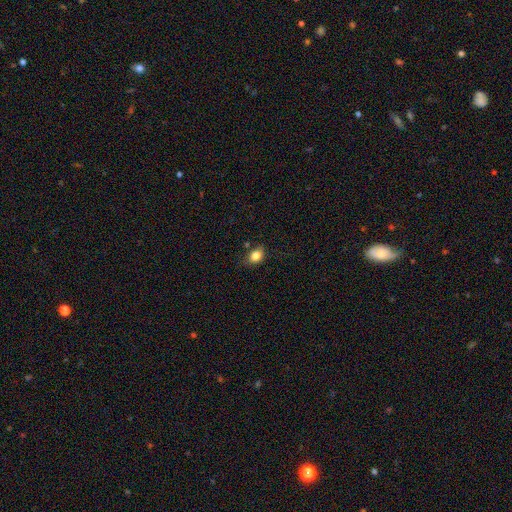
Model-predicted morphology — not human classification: type=smooth (83%); roundness=in between (62%); merging=none (68%).